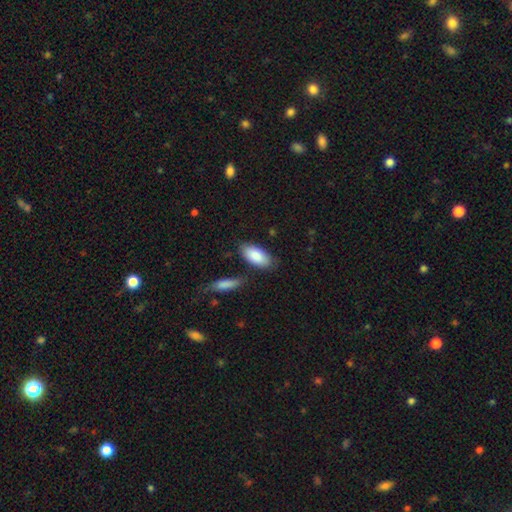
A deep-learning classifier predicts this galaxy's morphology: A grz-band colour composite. It shows a smooth galaxy with no disk features (86%) that is in between round and cigar-shaped (91%). Merging: none (77%).